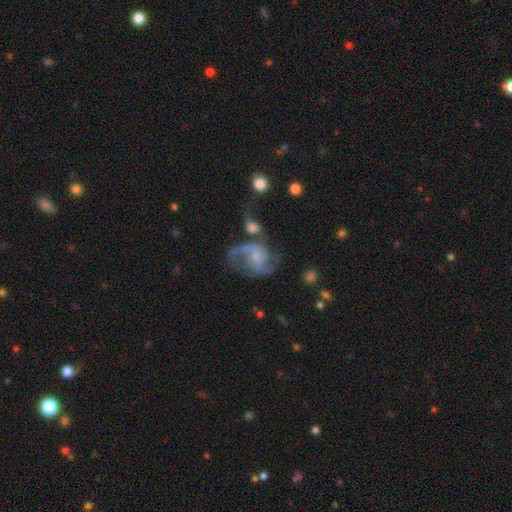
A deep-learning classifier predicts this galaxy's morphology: Smooth or featured? featured or disk (75%)
Edge-on disk? no (98%)
Bar? no (49%)
Spiral arms? yes (88%)
Spiral winding? medium (47%)
Spiral arm count? 2 (70%)
Bulge size? small (51%)
Merging? none (34%)